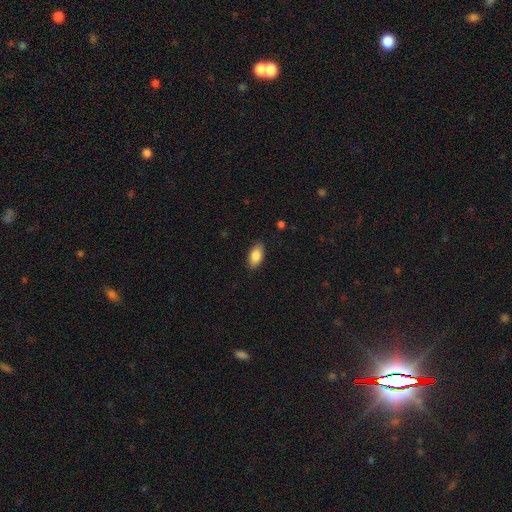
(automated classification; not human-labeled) Morphology: type=smooth (86%); roundness=in between (92%); merging=none (87%).